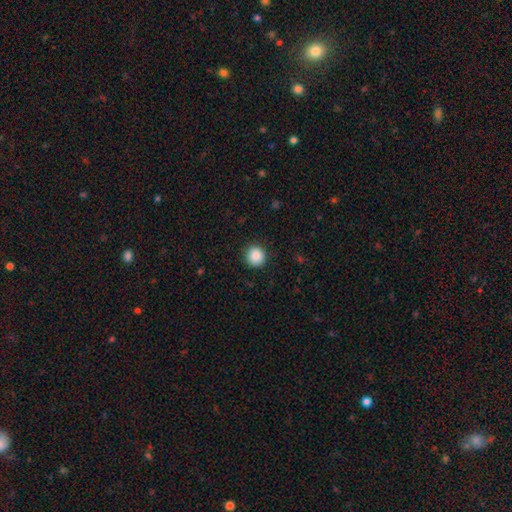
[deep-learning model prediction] Smooth or featured?
  - smooth: 88% *
  - star or artifact: 9%
  - featured or disk: 3%
How rounded?
  - round: 93% *
  - in between: 6%
  - cigar-shaped: 1%
Merging?
  - none: 90% *
  - minor disturbance: 6%
  - major disturbance: 2%
  - merger: 1%